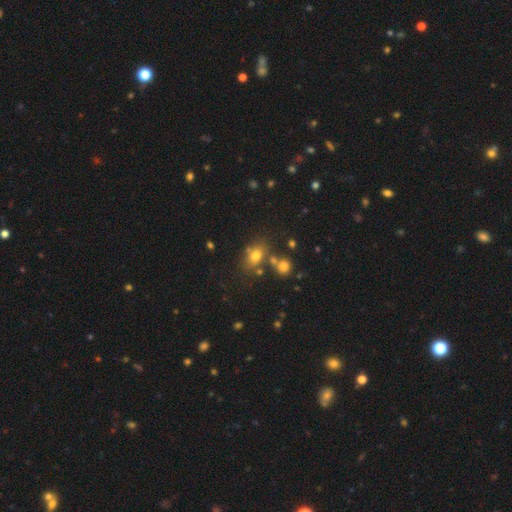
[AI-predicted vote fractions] Morphology: type=smooth (72%); roundness=in between (65%); merging=none (64%).